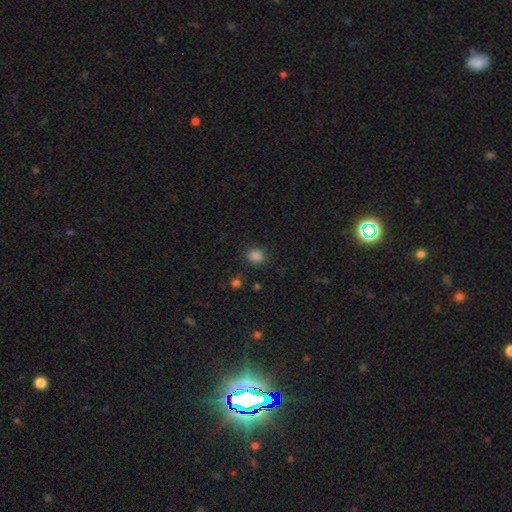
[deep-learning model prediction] This is clearly a smooth galaxy (84%). How rounded: likely round (64%). Merging: clearly none (86%).